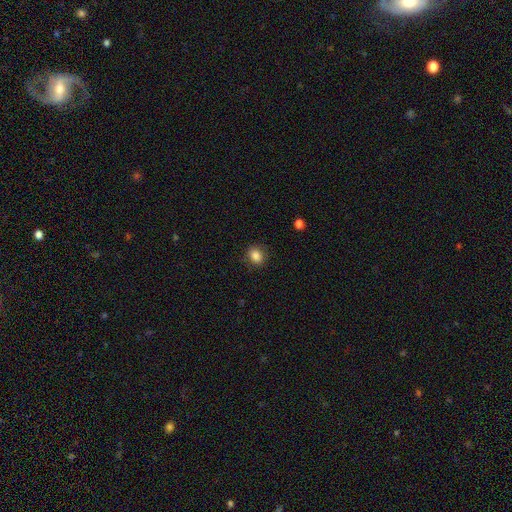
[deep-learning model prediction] This is clearly a smooth galaxy (85%). How rounded: likely round (60%). Merging: clearly none (86%).